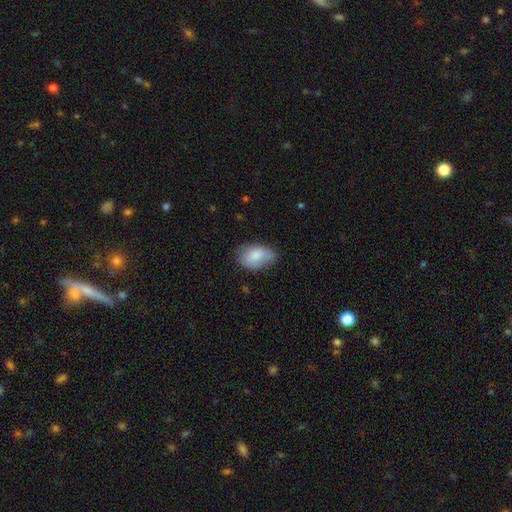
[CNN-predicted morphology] The model was most divided on "merging": none: 61%, minor disturbance: 30%, major disturbance: 8%, merger: 2%. More confident: how rounded — in between (90%); smooth or featured — smooth (79%).